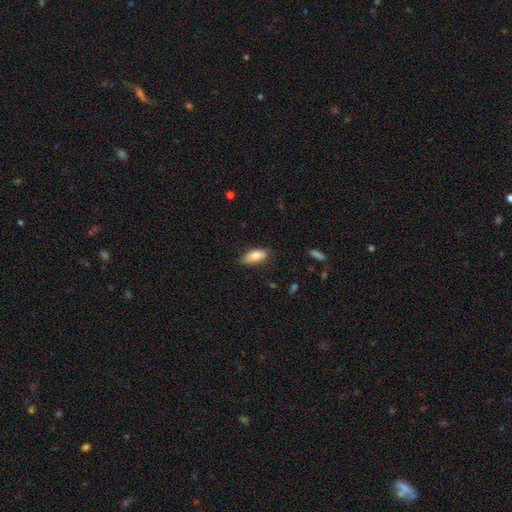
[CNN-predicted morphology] smooth 82%, featured or disk 11%, star or artifact 7%. Down the decision tree: how rounded — in between (79%); merging — none (76%).